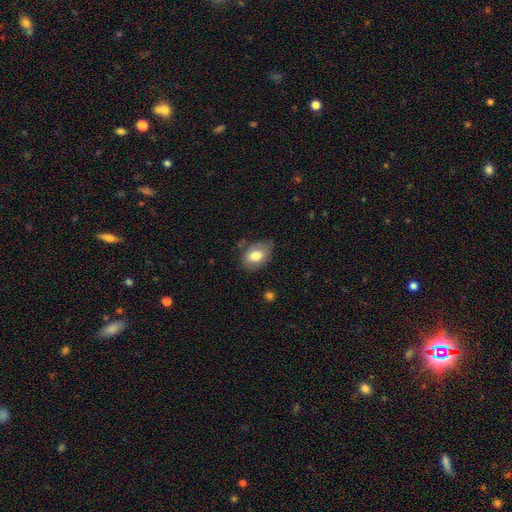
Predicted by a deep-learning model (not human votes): Smooth or featured: smooth — 77% (featured or disk — 16%)
How rounded: in between — 82% (round — 17%)
Merging: none — 65% (minor disturbance — 27%)